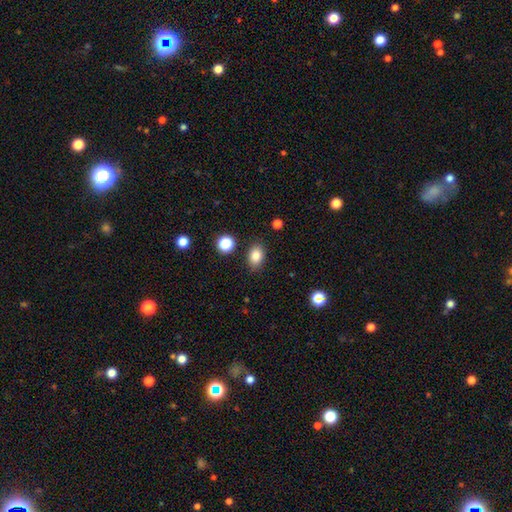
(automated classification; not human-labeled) This appears to be a smooth galaxy with no disk features (83%) that is in between round and cigar-shaped (77%). Merging: none (85%).